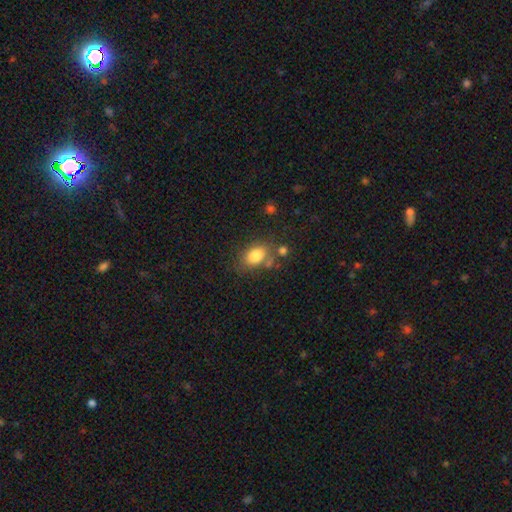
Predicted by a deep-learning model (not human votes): Smooth or featured? smooth (82%)
How rounded? in between (80%)
Merging? none (63%)